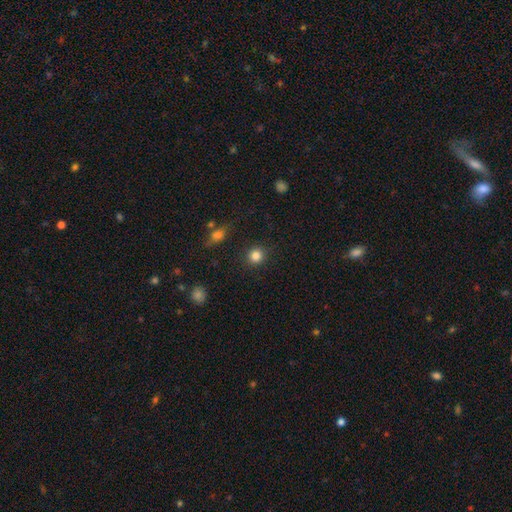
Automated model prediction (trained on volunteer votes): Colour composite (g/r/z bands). It shows a smooth galaxy with no disk features (84%) that is round (91%). Merging: none (89%).